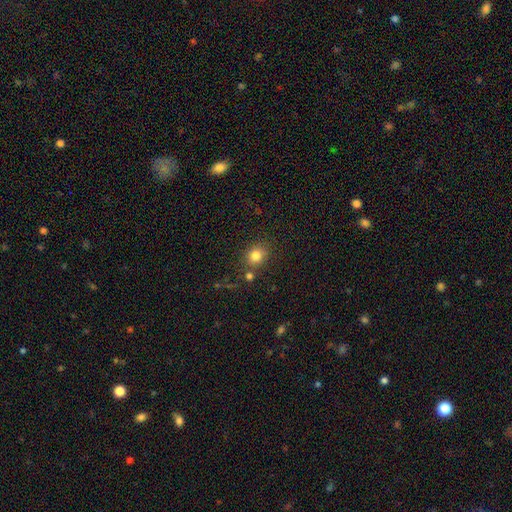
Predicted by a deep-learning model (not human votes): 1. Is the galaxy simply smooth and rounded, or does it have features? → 80% smooth, 13% star or artifact, 7% featured or disk.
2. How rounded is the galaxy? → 67% round, 32% in between, 1% cigar-shaped.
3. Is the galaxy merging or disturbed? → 75% none, 11% minor disturbance, 10% merger, 4% major disturbance.